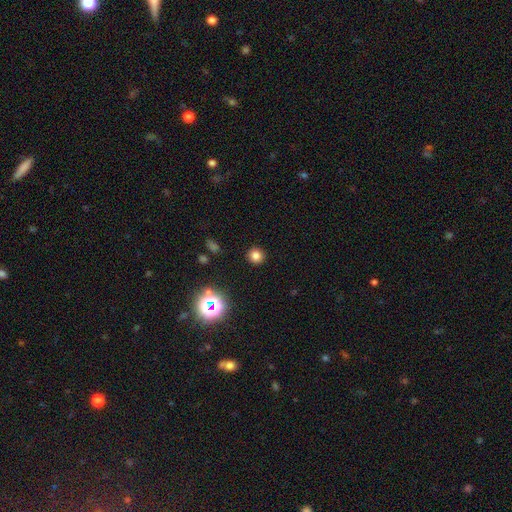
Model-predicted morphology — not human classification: Overall: smooth (77%). How rounded: round (92%). Merging: none (91%).